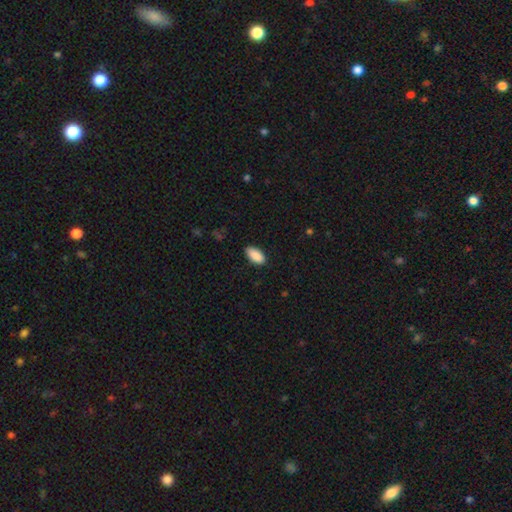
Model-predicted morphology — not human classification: A smooth galaxy with no disk features (90%) that is in between round and cigar-shaped (93%). Merging: none (86%).